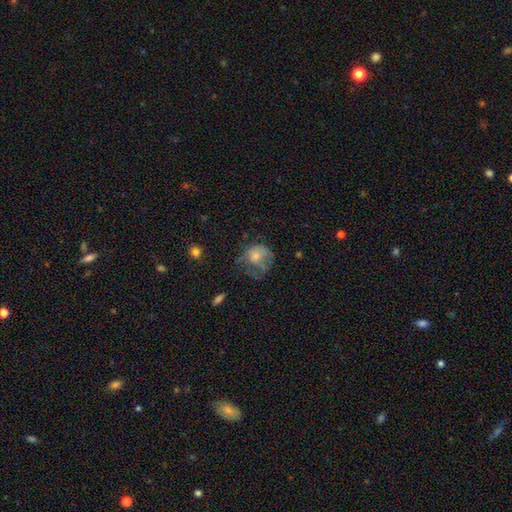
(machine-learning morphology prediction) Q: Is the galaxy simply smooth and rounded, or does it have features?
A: smooth — 48%.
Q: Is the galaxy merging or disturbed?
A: none — 39%.